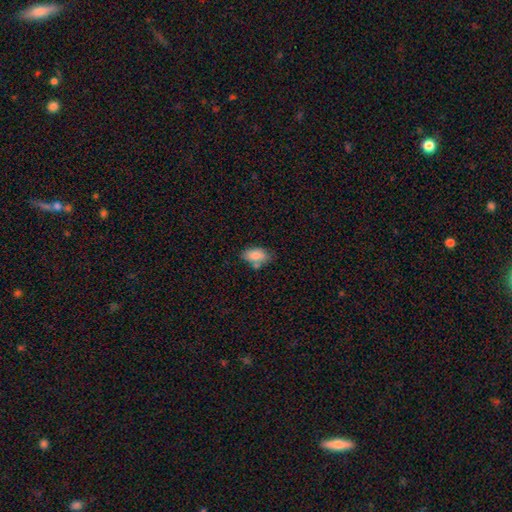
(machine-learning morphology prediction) Q: Smooth or featured?
A: smooth (85%); runner-up: featured or disk (8%)
Q: How rounded?
A: in between (92%); runner-up: round (5%)
Q: Merging?
A: none (60%); runner-up: minor disturbance (20%)